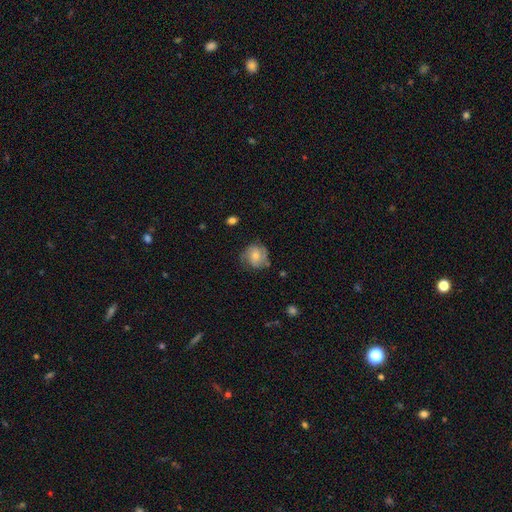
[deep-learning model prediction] Overall: featured or disk (48%; smooth 44%). Merging: none (65%).